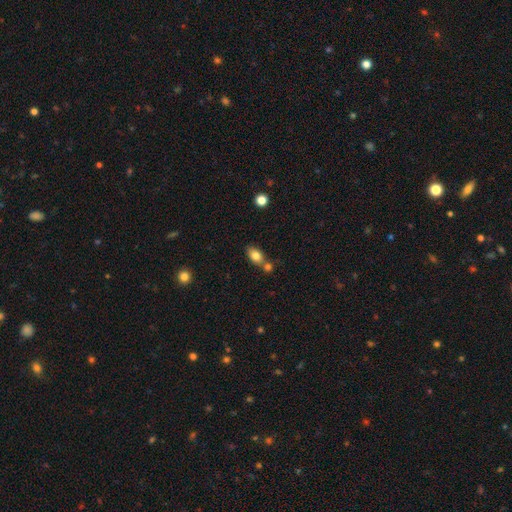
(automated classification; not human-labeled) The model was most divided on "merging": none: 56%, merger: 29%, minor disturbance: 12%, major disturbance: 3%. More confident: how rounded — in between (84%); smooth or featured — smooth (81%).